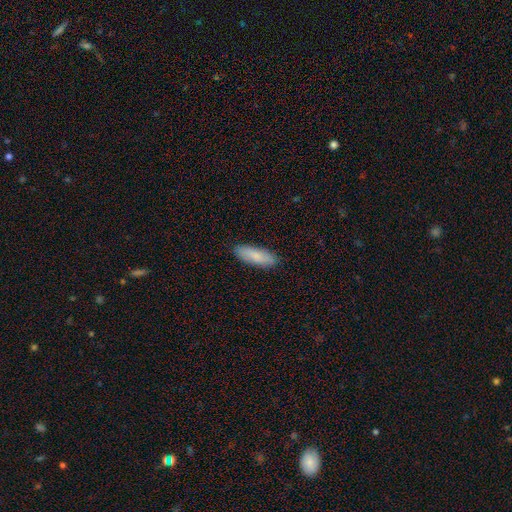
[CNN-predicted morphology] Smooth or featured: smooth — 84% (featured or disk — 10%)
How rounded: in between — 57% (cigar-shaped — 41%)
Merging: none — 88% (minor disturbance — 9%)